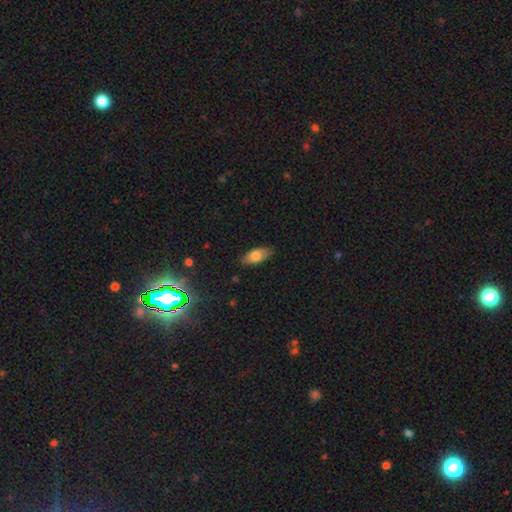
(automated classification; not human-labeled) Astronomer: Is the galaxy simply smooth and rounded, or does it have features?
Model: smooth — 75%.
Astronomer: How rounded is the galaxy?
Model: in between — 85%.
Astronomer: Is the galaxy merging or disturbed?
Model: none — 85%.